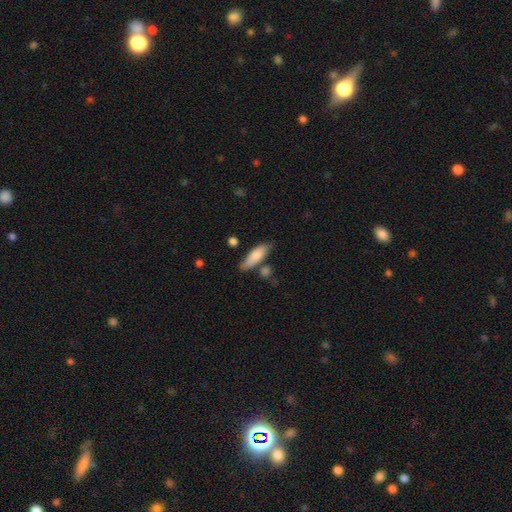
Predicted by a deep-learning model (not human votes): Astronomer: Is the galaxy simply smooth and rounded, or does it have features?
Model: smooth — 80%.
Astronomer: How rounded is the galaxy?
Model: in between — 54% (runner-up: cigar-shaped, 44%).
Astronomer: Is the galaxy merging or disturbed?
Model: none — 67%.